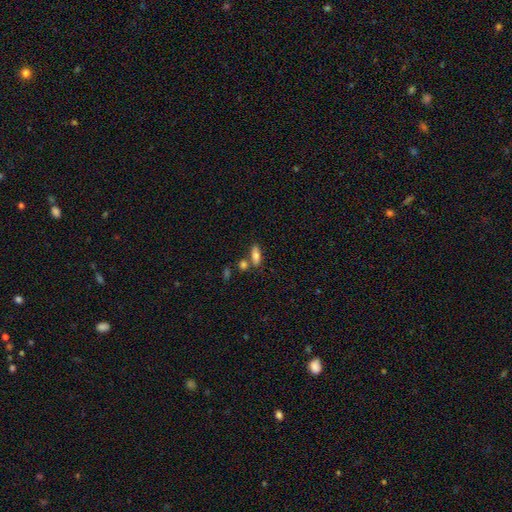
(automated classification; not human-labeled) Q: Smooth or featured?
A: smooth (71%); runner-up: featured or disk (21%)
Q: How rounded?
A: in between (71%); runner-up: cigar-shaped (25%)
Q: Merging?
A: none (64%); runner-up: merger (19%)